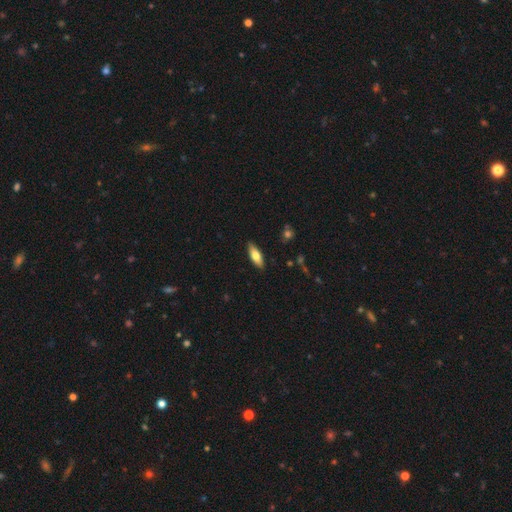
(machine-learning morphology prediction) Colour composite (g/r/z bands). It shows a smooth galaxy with no disk features (69%) that is in between round and cigar-shaped (65%). Merging: none (88%).